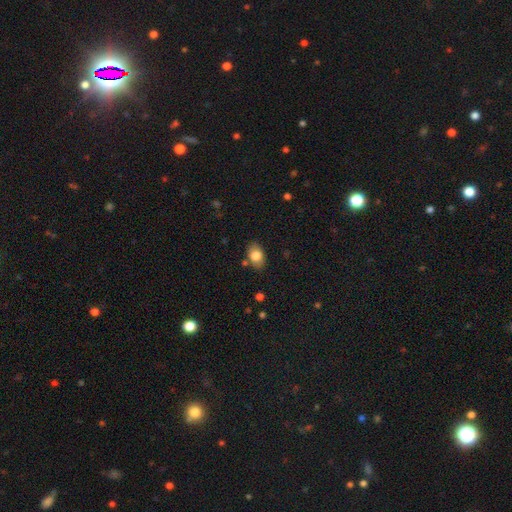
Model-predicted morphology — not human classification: Smooth or featured? Predicted: smooth (p=0.81). How rounded? Predicted: in between (p=0.84). Merging? Predicted: none (p=0.80).